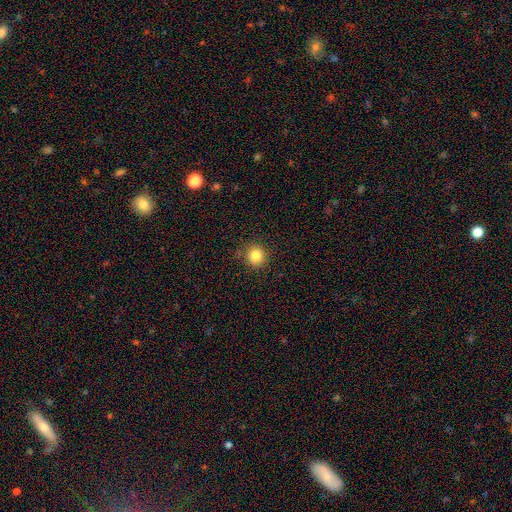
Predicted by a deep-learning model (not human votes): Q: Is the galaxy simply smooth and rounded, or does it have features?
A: smooth — 83%.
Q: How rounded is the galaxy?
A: round — 94%.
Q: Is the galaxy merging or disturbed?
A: none — 88%.